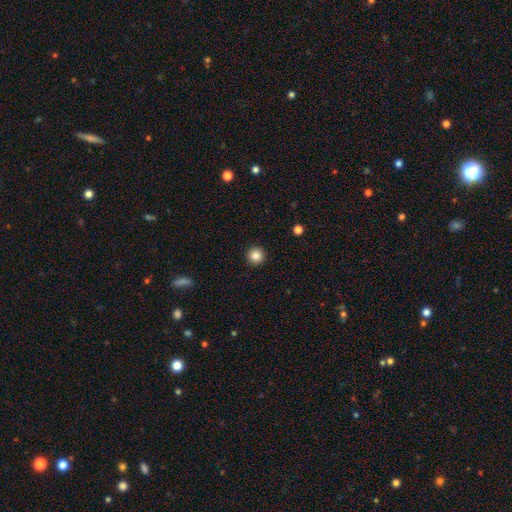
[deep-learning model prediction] This appears to be a smooth galaxy with no disk features (86%) that is round (96%). Merging: none (93%).